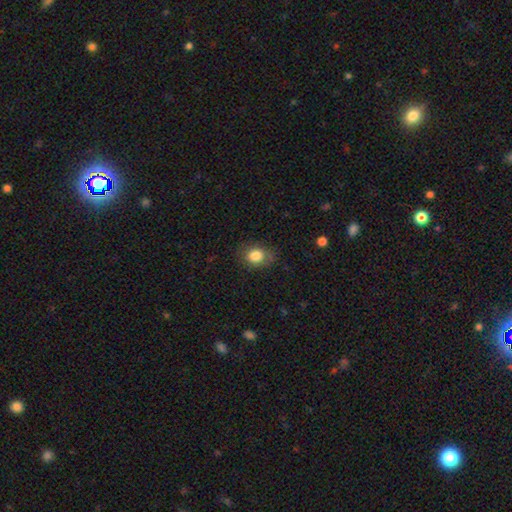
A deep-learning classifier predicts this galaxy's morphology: smooth_or_featured: smooth (p=0.83) [alt: star or artifact p=0.09]
how_rounded: round (p=0.50) [alt: in between p=0.49]
merging: none (p=0.75) [alt: minor disturbance p=0.18]